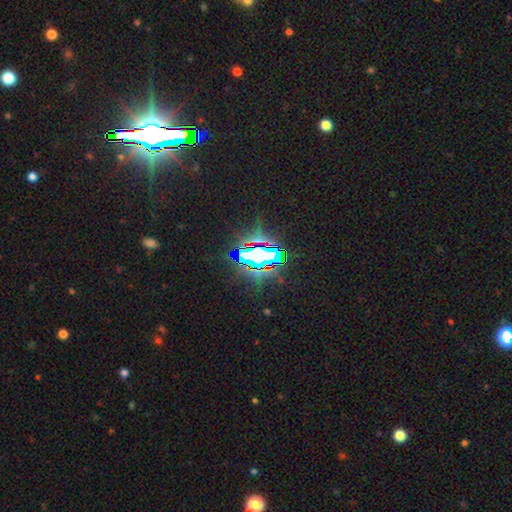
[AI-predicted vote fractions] smooth_or_featured: star or artifact (p=0.76) [alt: smooth p=0.12]